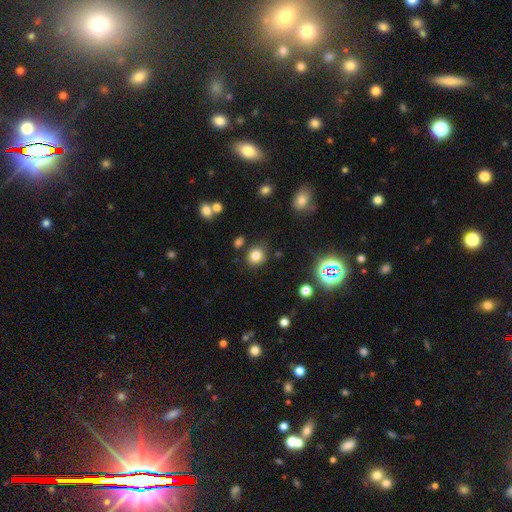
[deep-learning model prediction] smooth_or_featured: smooth (p=0.79) [alt: star or artifact p=0.14]
how_rounded: round (p=0.80) [alt: in between p=0.19]
merging: none (p=0.81) [alt: minor disturbance p=0.11]